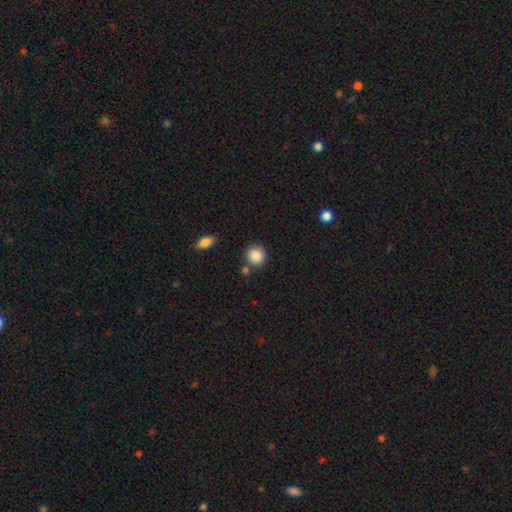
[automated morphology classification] This is clearly a smooth galaxy (88%). How rounded: clearly round (90%). Merging: likely none (79%).